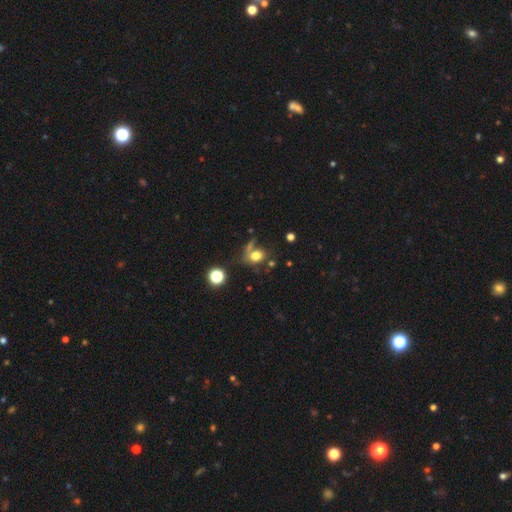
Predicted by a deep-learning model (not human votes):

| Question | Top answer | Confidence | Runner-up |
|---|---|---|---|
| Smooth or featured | smooth | 73% | star or artifact (15%) |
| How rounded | round | 51% | in between (47%) |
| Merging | none | 50% | minor disturbance (18%) |